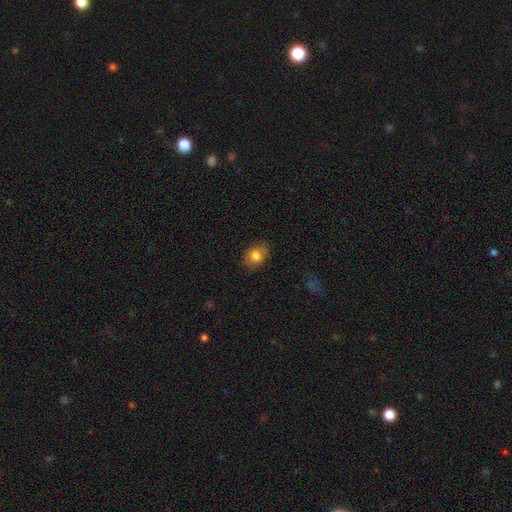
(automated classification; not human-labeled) This is clearly a smooth galaxy (81%). How rounded: likely in between (66%). Merging: clearly none (81%).